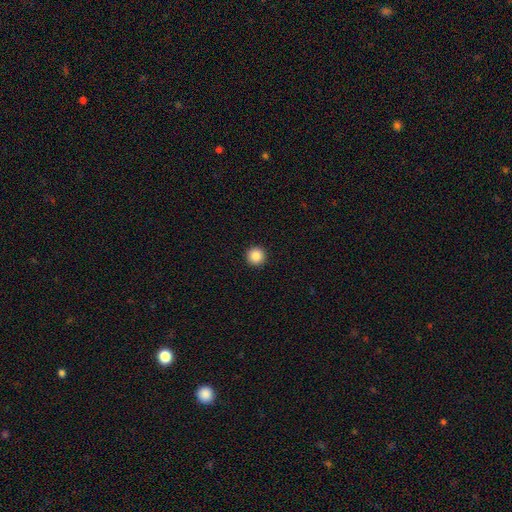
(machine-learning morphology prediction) A smooth galaxy with no disk features (87%) that is round (96%).

Vote fractions:
- Smooth or featured? smooth: 87% / star or artifact: 9% / featured or disk: 3%
- How rounded? round: 96% / in between: 3% / cigar-shaped: 1%
- Merging? none: 94% / minor disturbance: 4% / major disturbance: 1% / merger: 1%